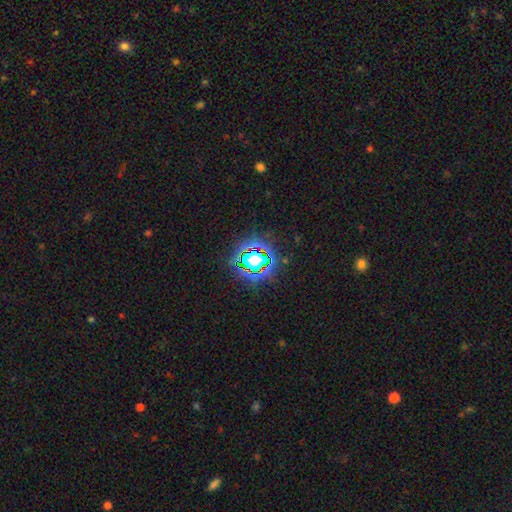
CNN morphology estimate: Smooth or featured? Predicted: star or artifact (p=0.81).